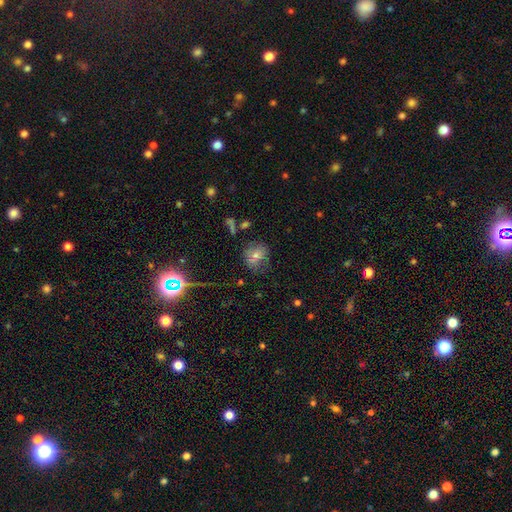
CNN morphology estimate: type=smooth (67%); roundness=round (64%); merging=none (59%).